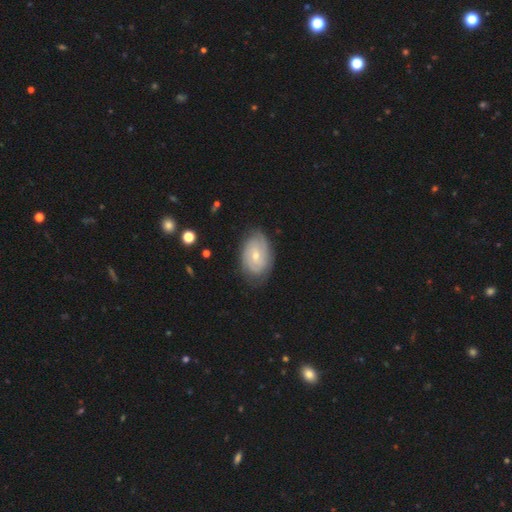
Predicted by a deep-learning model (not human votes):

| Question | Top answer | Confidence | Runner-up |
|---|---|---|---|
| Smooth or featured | featured or disk | 68% | smooth (26%) |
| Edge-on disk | no | 96% | yes (4%) |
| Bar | no | 59% | weak (35%) |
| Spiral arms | yes | 86% | no (14%) |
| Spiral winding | tight | 67% | medium (25%) |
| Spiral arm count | can't tell | 40% | 2 (39%) |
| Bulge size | small | 55% | moderate (42%) |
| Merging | none | 74% | minor disturbance (20%) |